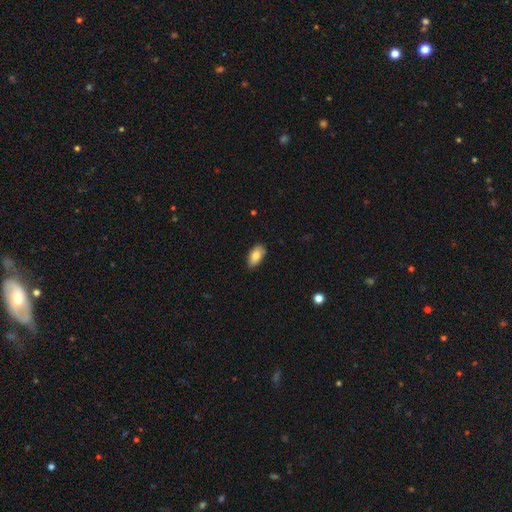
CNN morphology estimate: Overall: smooth (82%). How rounded: in between (93%). Merging: none (82%).